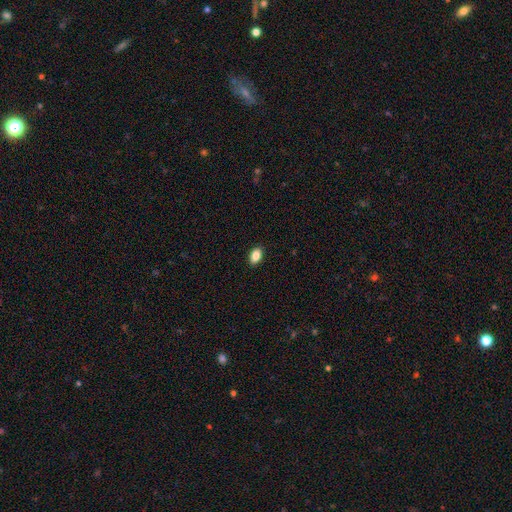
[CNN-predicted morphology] smooth-or-featured: smooth: 87% | star or artifact: 8% | featured or disk: 5%
  how-rounded: in between: 88% | round: 10% | cigar-shaped: 2%
  merging: none: 90% | minor disturbance: 7% | major disturbance: 2% | merger: 1%